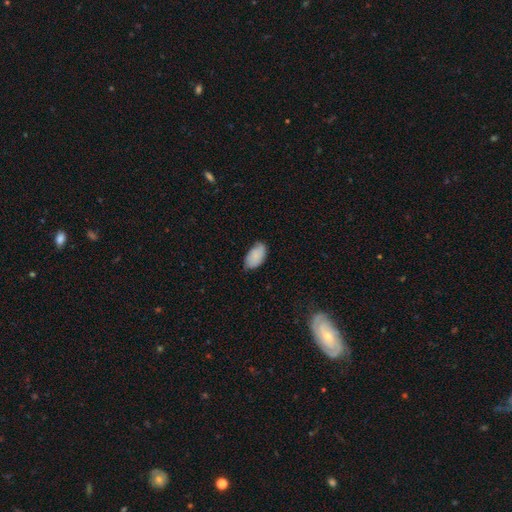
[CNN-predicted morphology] type=smooth (86%); roundness=in between (95%); merging=none (71%).